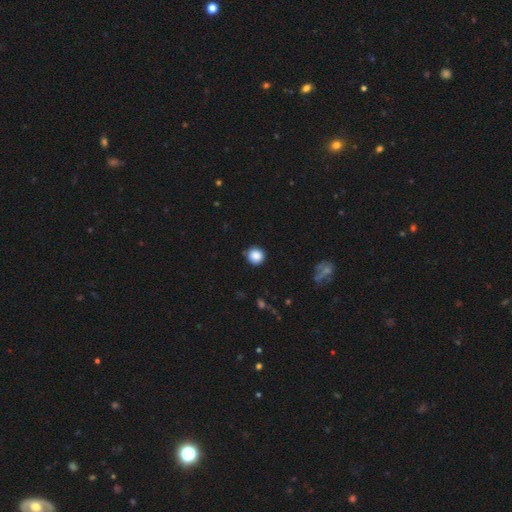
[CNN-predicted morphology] Smooth or featured? smooth (87%)
How rounded? round (91%)
Merging? none (83%)